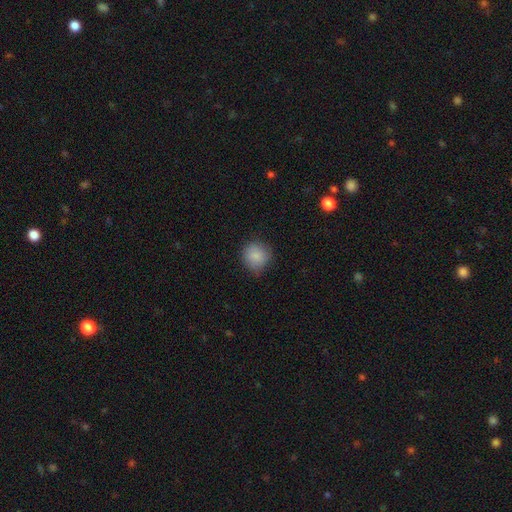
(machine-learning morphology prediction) A smooth galaxy with no disk features (85%) that is round (89%).

Vote fractions:
- Smooth or featured? smooth: 85% / star or artifact: 9% / featured or disk: 6%
- How rounded? round: 89% / in between: 10% / cigar-shaped: 1%
- Merging? none: 77% / minor disturbance: 18% / major disturbance: 4% / merger: 1%